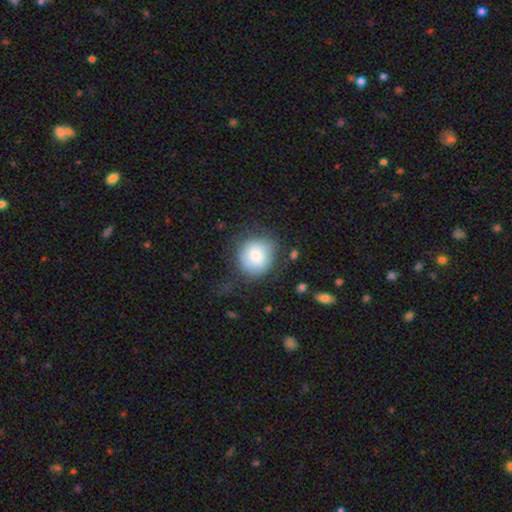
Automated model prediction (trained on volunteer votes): smooth-or-featured: smooth: 75% | featured or disk: 18% | star or artifact: 8%
  how-rounded: round: 84% | in between: 15% | cigar-shaped: 1%
  merging: none: 62% | minor disturbance: 23% | major disturbance: 13% | merger: 2%